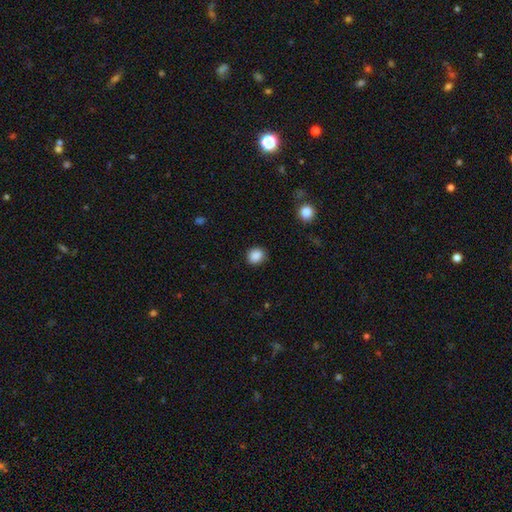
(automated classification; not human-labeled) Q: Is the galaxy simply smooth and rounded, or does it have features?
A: smooth — 88%.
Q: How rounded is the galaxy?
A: round — 74%.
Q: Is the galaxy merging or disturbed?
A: none — 87%.